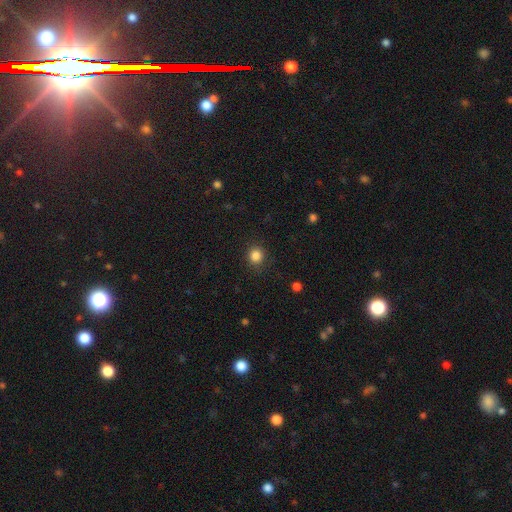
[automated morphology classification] Smooth or featured: smooth — 85% (star or artifact — 12%)
How rounded: round — 89% (in between — 10%)
Merging: none — 89% (minor disturbance — 8%)